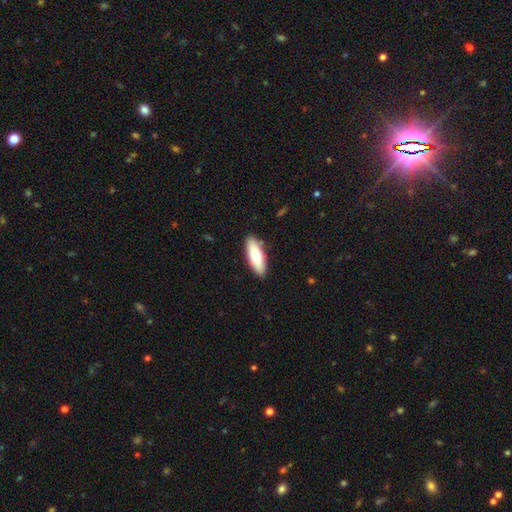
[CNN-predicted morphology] Smooth or featured? Predicted: smooth (p=0.76). How rounded? Predicted: in between (p=0.61). Merging? Predicted: none (p=0.88).